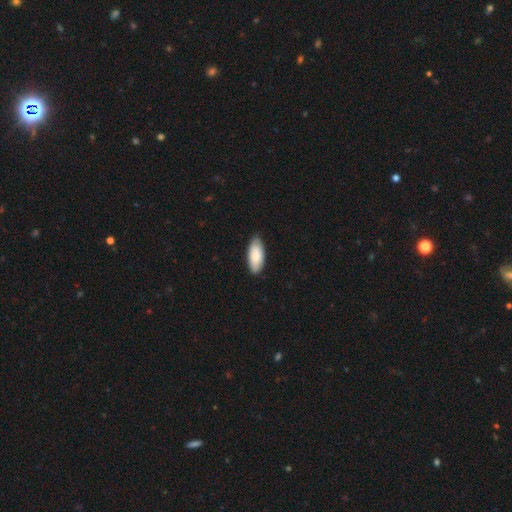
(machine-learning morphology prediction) Smooth or featured: smooth — 85% (featured or disk — 10%)
How rounded: in between — 87% (cigar-shaped — 12%)
Merging: none — 83% (minor disturbance — 14%)